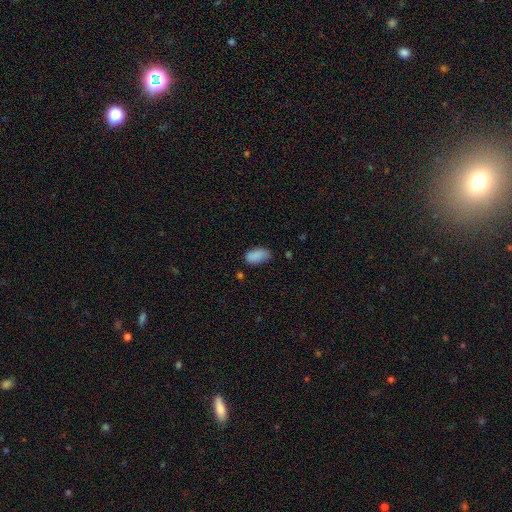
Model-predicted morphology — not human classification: This appears to be a smooth galaxy with no disk features (86%) that is in between round and cigar-shaped (93%). Merging: none (64%).